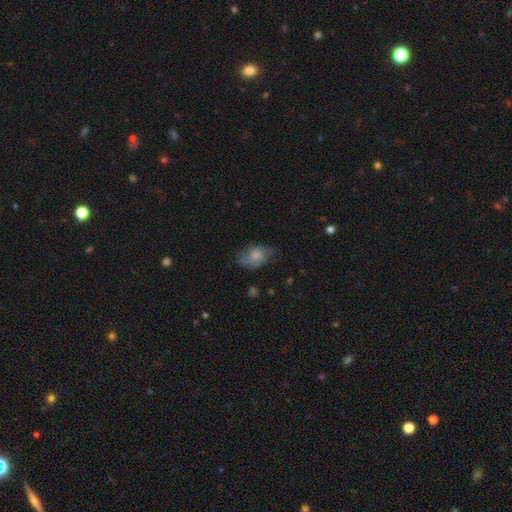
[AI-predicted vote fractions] A smooth galaxy with no disk features (66%) that is in between round and cigar-shaped (81%).

Vote fractions:
- Smooth or featured? smooth: 66% / featured or disk: 25% / star or artifact: 9%
- How rounded? in between: 81% / round: 17% / cigar-shaped: 2%
- Merging? none: 46% / minor disturbance: 32% / major disturbance: 17% / merger: 4%